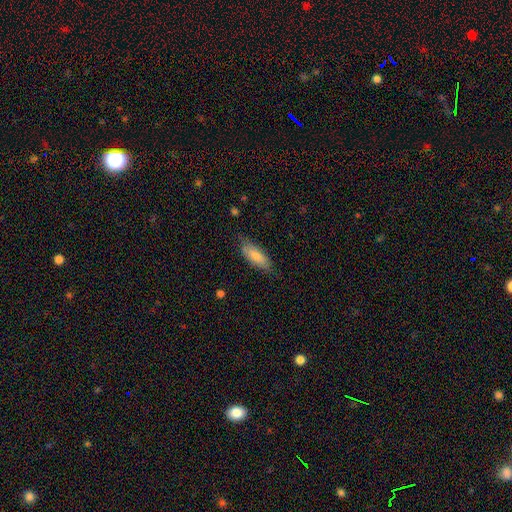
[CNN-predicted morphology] smooth-or-featured: smooth: 75% | featured or disk: 19% | star or artifact: 6%
  how-rounded: in between: 65% | cigar-shaped: 33% | round: 2%
  merging: none: 76% | minor disturbance: 19% | major disturbance: 4% | merger: 1%